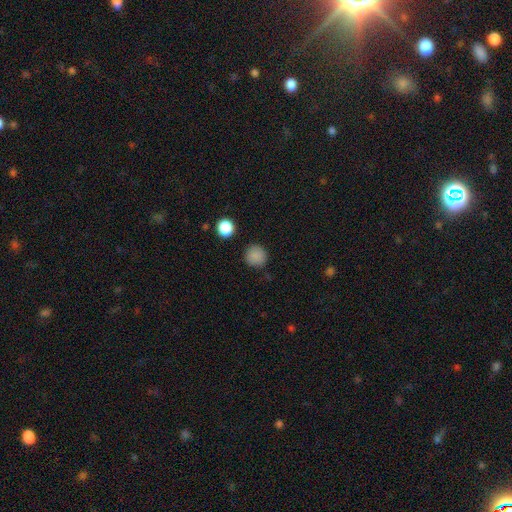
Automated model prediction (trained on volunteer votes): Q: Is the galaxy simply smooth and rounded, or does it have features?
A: smooth — 84%.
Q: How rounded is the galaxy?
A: round — 93%.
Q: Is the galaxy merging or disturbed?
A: none — 87%.